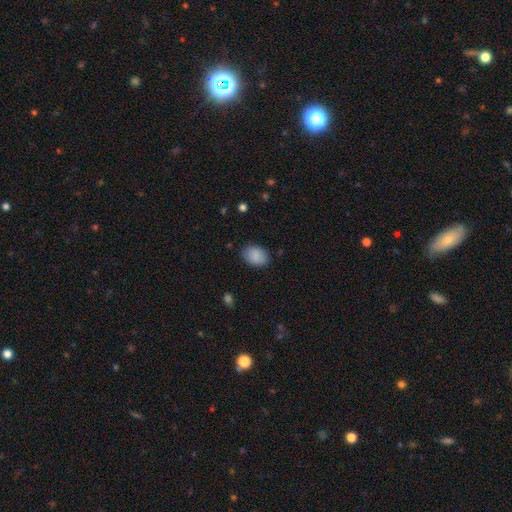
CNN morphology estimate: Overall: smooth (89%). How rounded: in between (79%). Merging: none (83%).